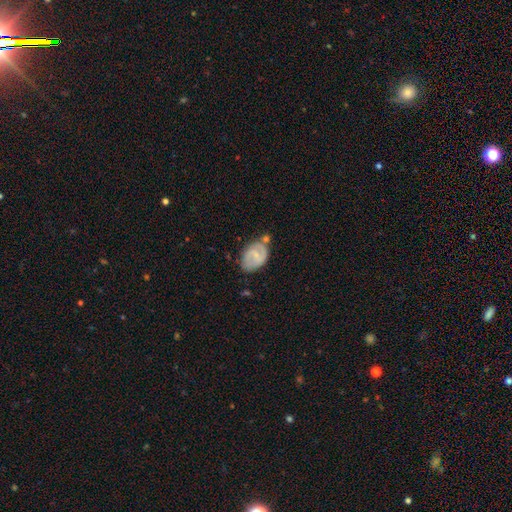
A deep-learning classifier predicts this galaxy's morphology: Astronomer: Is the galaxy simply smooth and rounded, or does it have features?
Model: featured or disk — 56% (runner-up: smooth, 38%).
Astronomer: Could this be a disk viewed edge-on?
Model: no — 97%.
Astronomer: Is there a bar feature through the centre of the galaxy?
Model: weak — 56%.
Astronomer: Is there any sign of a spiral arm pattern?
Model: yes — 81%.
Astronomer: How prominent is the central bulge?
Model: small — 60%.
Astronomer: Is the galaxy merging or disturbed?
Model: none — 56%.